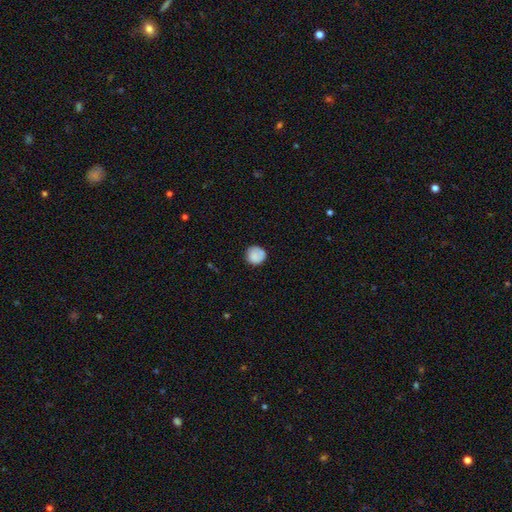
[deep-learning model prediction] This appears to be a smooth galaxy with no disk features (82%) that is round (91%). Merging: none (79%).